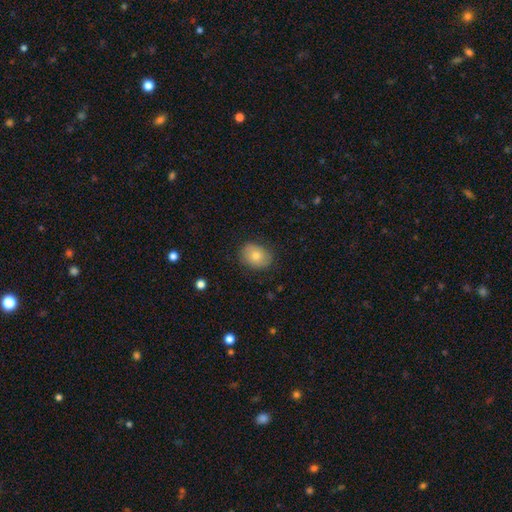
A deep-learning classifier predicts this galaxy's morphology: type=smooth (76%); roundness=in between (57%); merging=none (81%).